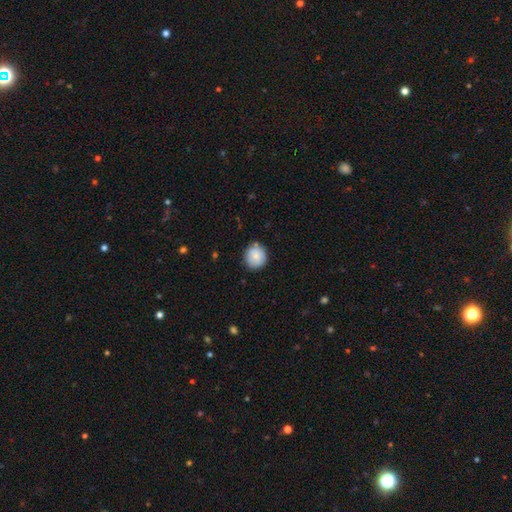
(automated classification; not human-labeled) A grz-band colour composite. It shows a smooth galaxy with no disk features (82%) that is round (88%). Merging: none (81%).